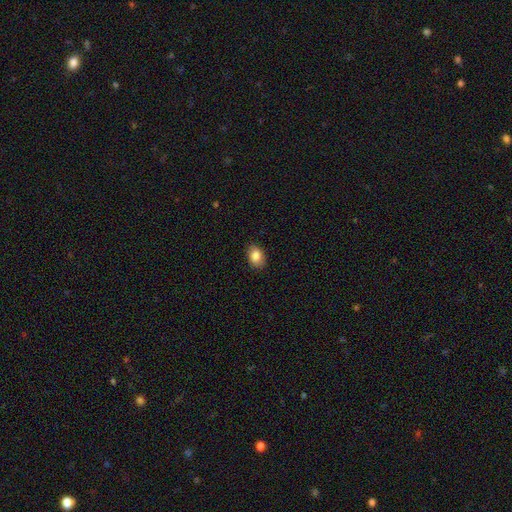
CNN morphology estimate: smooth_or_featured: smooth (p=0.85) [alt: star or artifact p=0.08]
how_rounded: in between (p=0.77) [alt: round p=0.21]
merging: none (p=0.86) [alt: minor disturbance p=0.11]